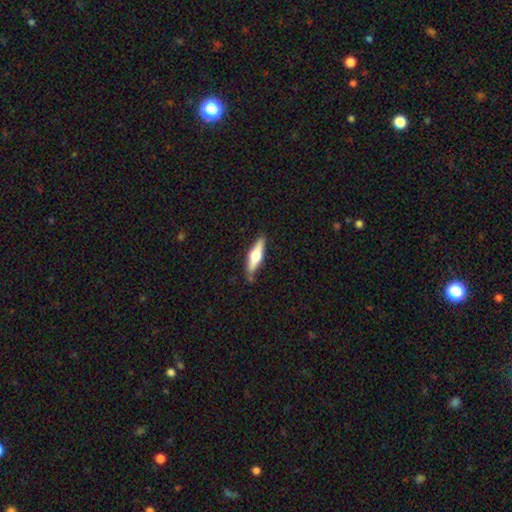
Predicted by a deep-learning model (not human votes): Q: Smooth or featured?
A: featured or disk (53%); runner-up: smooth (41%)
Q: Edge-on disk?
A: yes (94%); runner-up: no (6%)
Q: Edge-on bulge?
A: rounded (93%); runner-up: boxy (5%)
Q: Merging?
A: none (83%); runner-up: minor disturbance (12%)